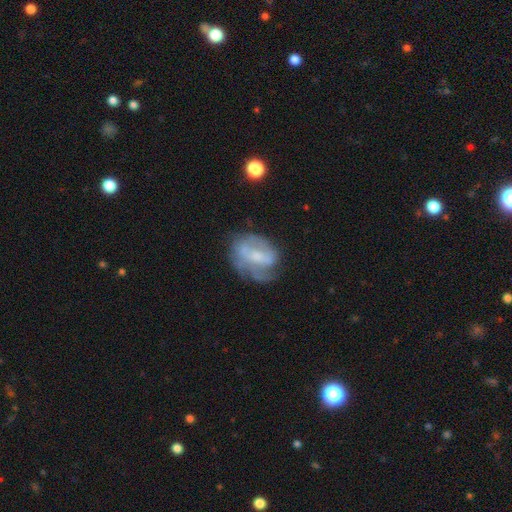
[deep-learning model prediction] A featured or disk galaxy (65%) with a weak bar (42%), spiral arms (65%) and a small central bulge (40%).

Vote fractions:
- Smooth or featured? featured or disk: 65% / smooth: 27% / star or artifact: 8%
- Edge-on disk? no: 96% / yes: 4%
- Bar? weak: 42% / no: 41% / strong: 17%
- Spiral arms? yes: 65% / no: 35%
- Bulge size? small: 40% / moderate: 35% / none: 19% / large: 5% / dominant: 1%
- Merging? none: 50% / minor disturbance: 26% / major disturbance: 21% / merger: 3%